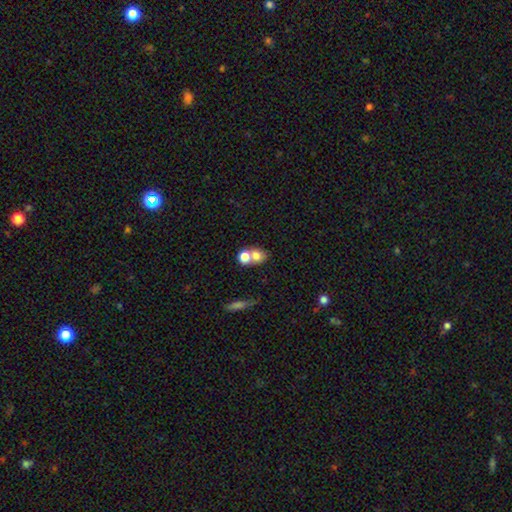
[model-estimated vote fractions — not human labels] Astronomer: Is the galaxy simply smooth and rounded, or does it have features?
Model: smooth — 70%.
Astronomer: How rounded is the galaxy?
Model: round — 53% (runner-up: in between, 45%).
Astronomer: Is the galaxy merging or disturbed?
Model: merger — 55% (runner-up: none, 33%).